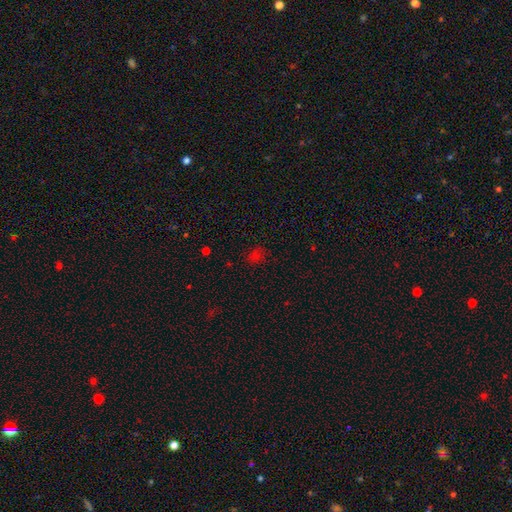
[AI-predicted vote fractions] Smooth or featured?
  - smooth: 65% *
  - star or artifact: 29%
  - featured or disk: 6%
How rounded?
  - in between: 52% *
  - round: 46%
  - cigar-shaped: 2%
Merging?
  - none: 75% *
  - minor disturbance: 16%
  - major disturbance: 6%
  - merger: 3%